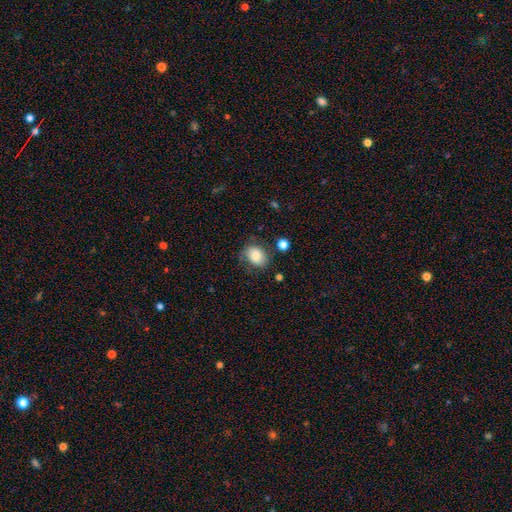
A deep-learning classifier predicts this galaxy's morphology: Q: Smooth or featured?
A: smooth (77%); runner-up: featured or disk (14%)
Q: How rounded?
A: in between (60%); runner-up: round (39%)
Q: Merging?
A: none (64%); runner-up: minor disturbance (24%)